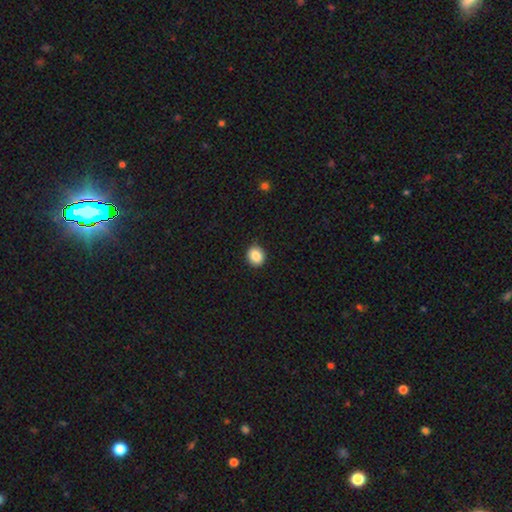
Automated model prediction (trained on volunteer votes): A smooth galaxy with no disk features (87%) that is round (76%). Merging: none (90%).